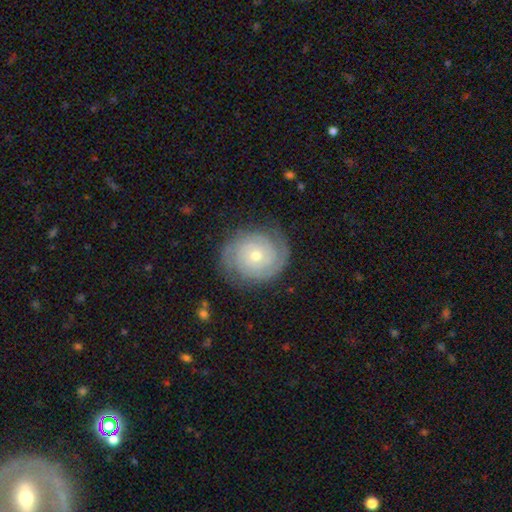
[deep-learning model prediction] Overall: featured or disk (85%). Edge-on disk: no (98%). Bar: no (80%). Spiral arms: yes (96%). Spiral arm count: 2 (67%). Spiral winding: tight (81%). Bulge size: small (52%; moderate 45%). Merging: none (83%).